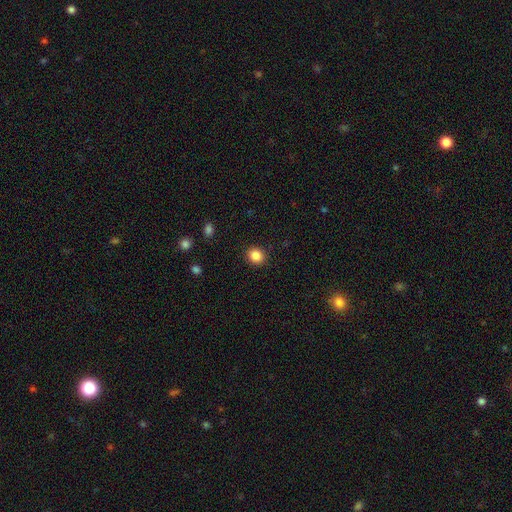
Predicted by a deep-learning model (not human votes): Q: Smooth or featured?
A: smooth (86%); runner-up: star or artifact (10%)
Q: How rounded?
A: round (83%); runner-up: in between (16%)
Q: Merging?
A: none (91%); runner-up: minor disturbance (6%)